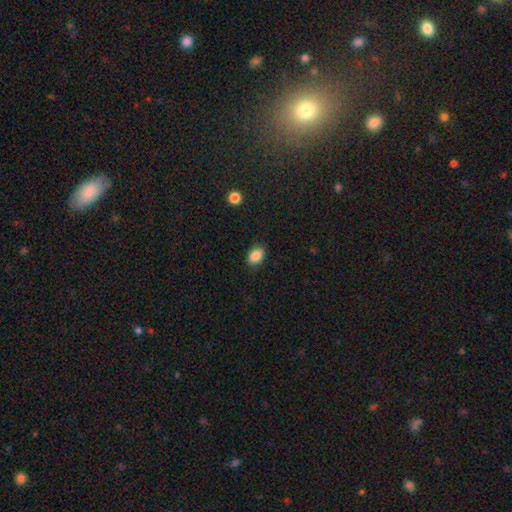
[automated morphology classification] Smooth or featured? Predicted: smooth (p=0.87). How rounded? Predicted: in between (p=0.83). Merging? Predicted: none (p=0.86).